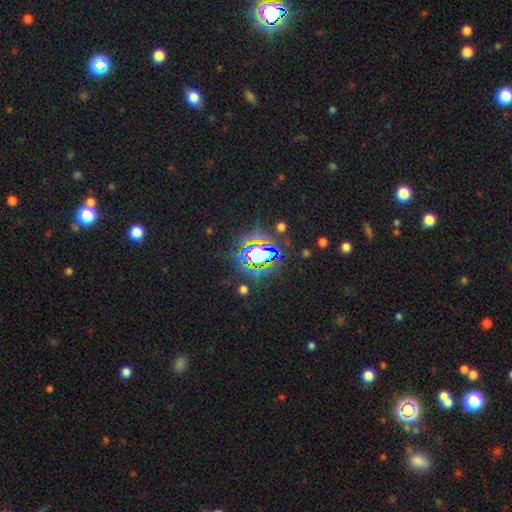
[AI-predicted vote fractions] This appears to be a star or artifact, not a galaxy (69%).